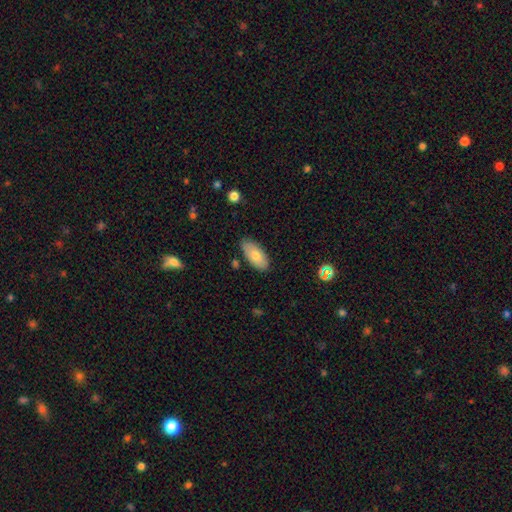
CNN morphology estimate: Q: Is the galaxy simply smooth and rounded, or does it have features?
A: smooth — 75%.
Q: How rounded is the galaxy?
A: in between — 92%.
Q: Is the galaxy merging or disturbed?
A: none — 82%.